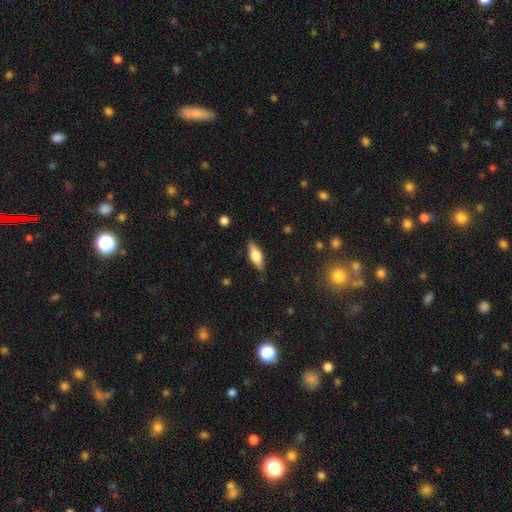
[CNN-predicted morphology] smooth 59%, featured or disk 34%, star or artifact 7%. Down the decision tree: how rounded — in between (63%); merging — none (84%).